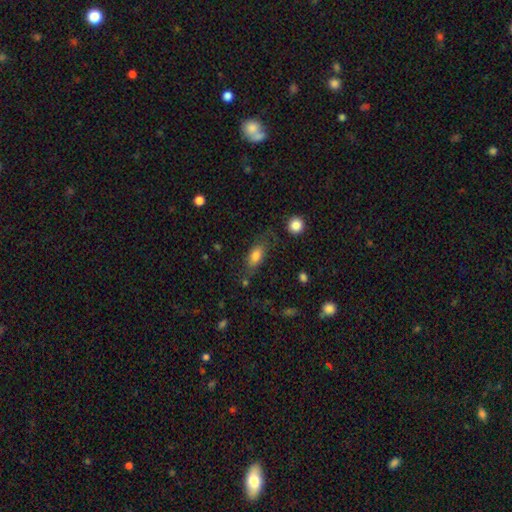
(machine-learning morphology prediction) Overall: smooth (78%). How rounded: in between (81%). Merging: none (64%).